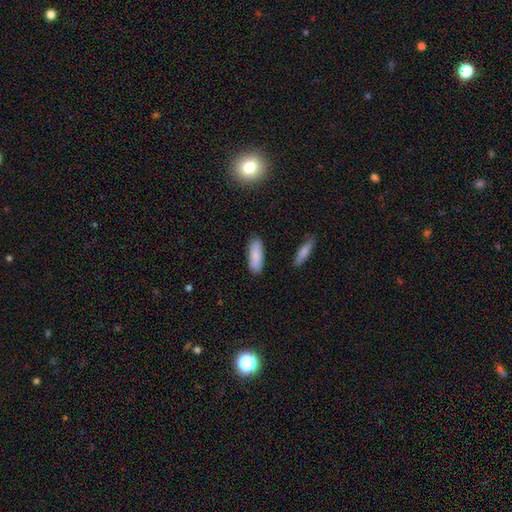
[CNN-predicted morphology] Smooth or featured?
  - smooth: 83% *
  - featured or disk: 11%
  - star or artifact: 6%
How rounded?
  - in between: 68% *
  - cigar-shaped: 30%
  - round: 2%
Merging?
  - none: 84% *
  - minor disturbance: 12%
  - merger: 2%
  - major disturbance: 2%